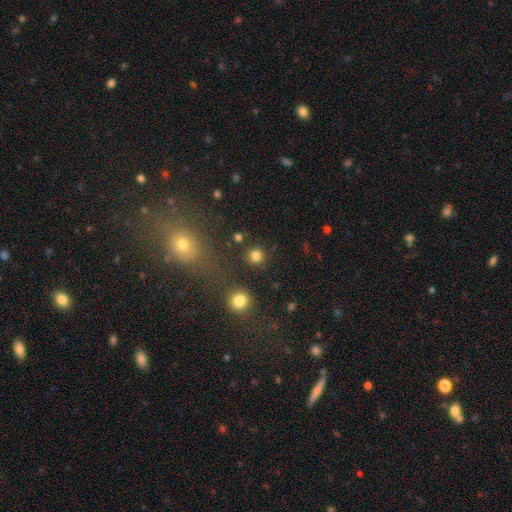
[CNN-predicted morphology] A smooth galaxy with no disk features (82%) that is round (94%).

Vote fractions:
- Smooth or featured? smooth: 82% / star or artifact: 14% / featured or disk: 4%
- How rounded? round: 94% / in between: 5% / cigar-shaped: 1%
- Merging? none: 88% / minor disturbance: 6% / merger: 3% / major disturbance: 3%